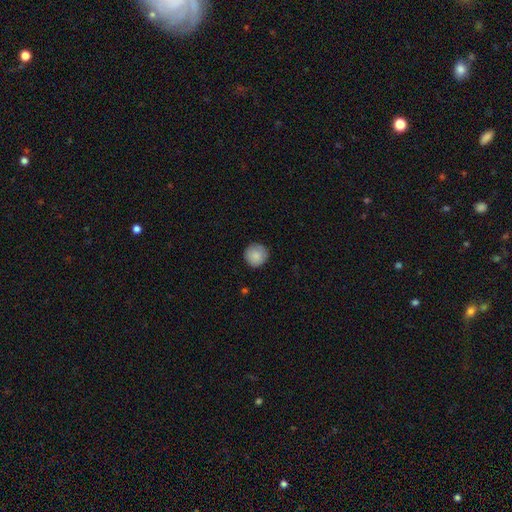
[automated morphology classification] A smooth galaxy with no disk features (87%) that is round (95%). Merging: none (88%).